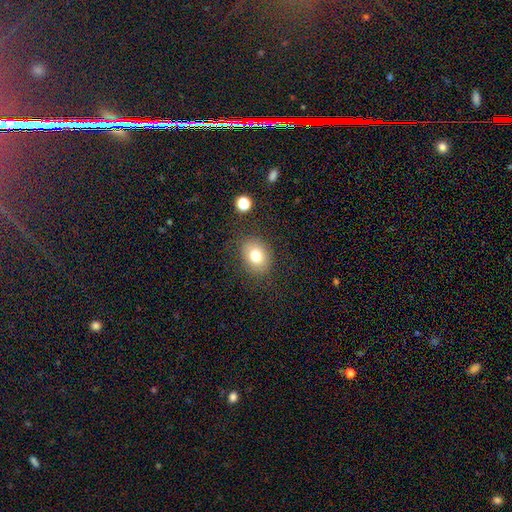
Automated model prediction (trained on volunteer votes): Smooth or featured: smooth — 76% (star or artifact — 12%)
How rounded: in between — 50% (round — 49%)
Merging: none — 82% (minor disturbance — 12%)